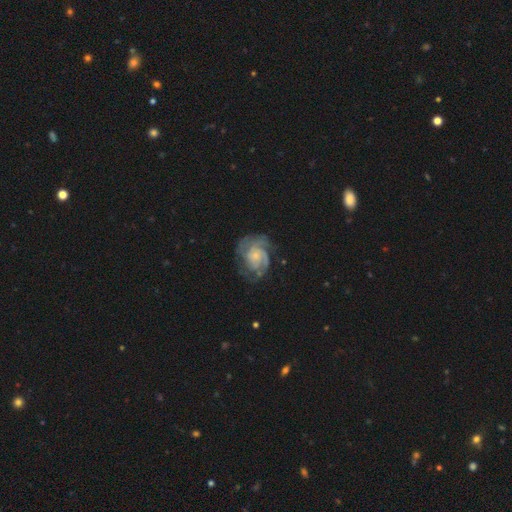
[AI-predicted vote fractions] This appears to be a featured or disk galaxy (85%) with no bar (74%), 3 (30%) tight (56%) spiral arms (96%) and a small central bulge (67%). Merging: none (66%).